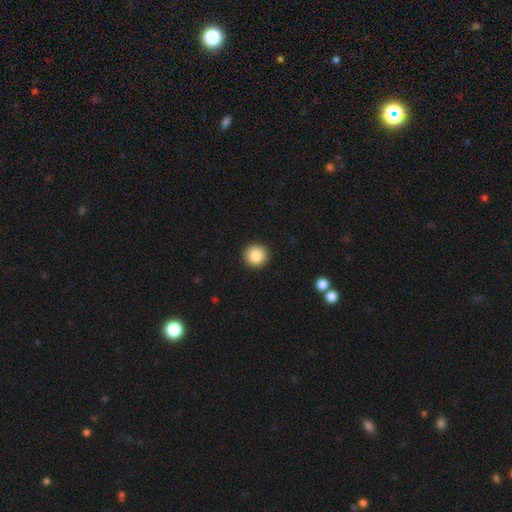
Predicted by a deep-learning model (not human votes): Overall: smooth (86%). How rounded: round (95%). Merging: none (93%).